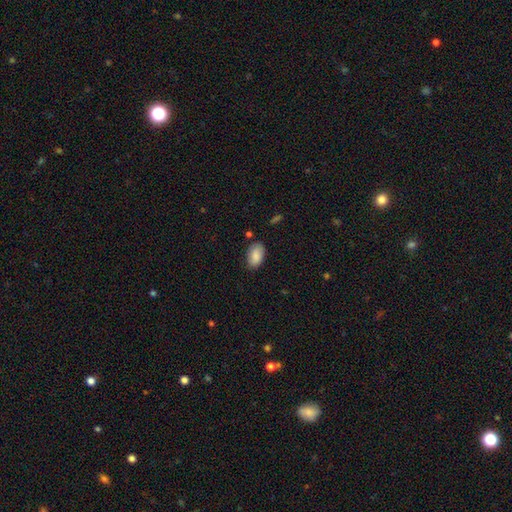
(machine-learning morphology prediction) smooth 87%, star or artifact 7%, featured or disk 6%. Down the decision tree: how rounded — in between (94%); merging — none (79%).